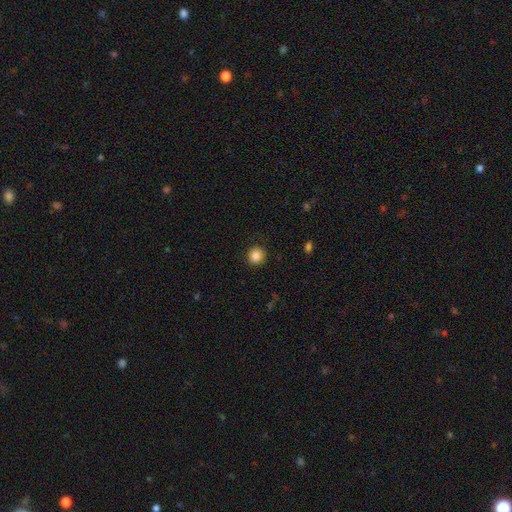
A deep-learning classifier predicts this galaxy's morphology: This is clearly a smooth galaxy (86%). How rounded: clearly round (93%). Merging: clearly none (90%).